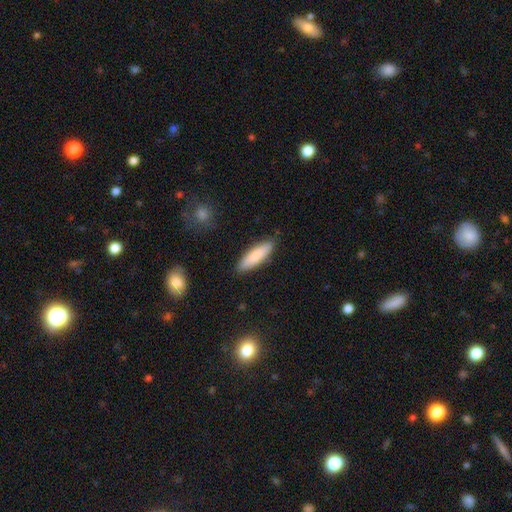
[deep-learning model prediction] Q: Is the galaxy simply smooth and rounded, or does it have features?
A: smooth — 83%.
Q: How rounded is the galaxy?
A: cigar-shaped — 58%.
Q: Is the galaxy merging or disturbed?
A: none — 86%.